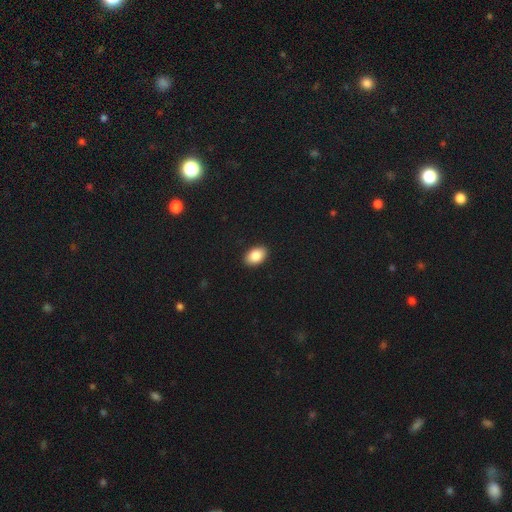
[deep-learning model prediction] Smooth or featured?
  - smooth: 86% *
  - star or artifact: 7%
  - featured or disk: 7%
How rounded?
  - in between: 88% *
  - round: 11%
  - cigar-shaped: 1%
Merging?
  - none: 91% *
  - minor disturbance: 6%
  - major disturbance: 2%
  - merger: 1%